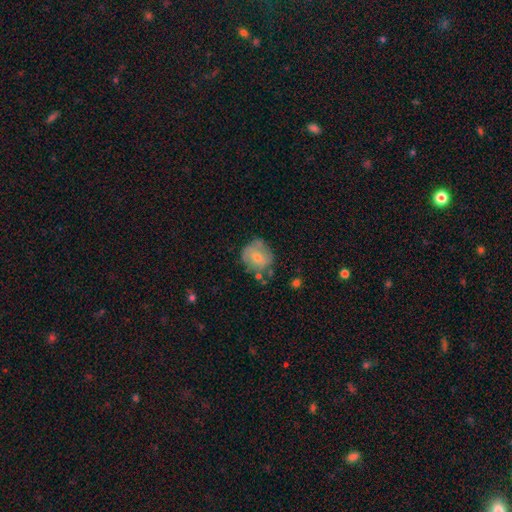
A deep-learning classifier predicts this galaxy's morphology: This appears to be a smooth galaxy with no disk features (62%) that is round (80%). Merging: none (55%).